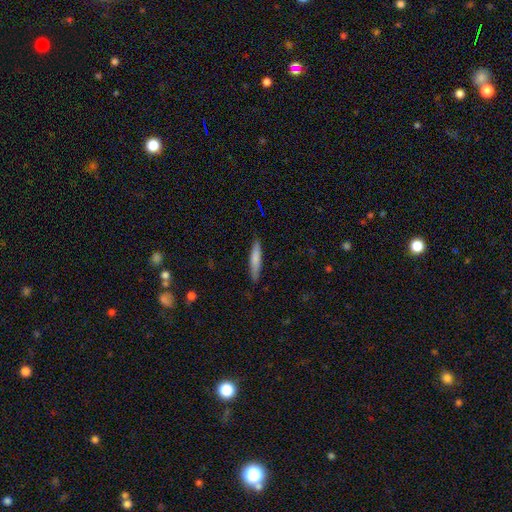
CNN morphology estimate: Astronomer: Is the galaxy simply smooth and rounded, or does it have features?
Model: smooth — 46% (runner-up: featured or disk, 33%).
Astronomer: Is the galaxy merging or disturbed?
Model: none — 81%.